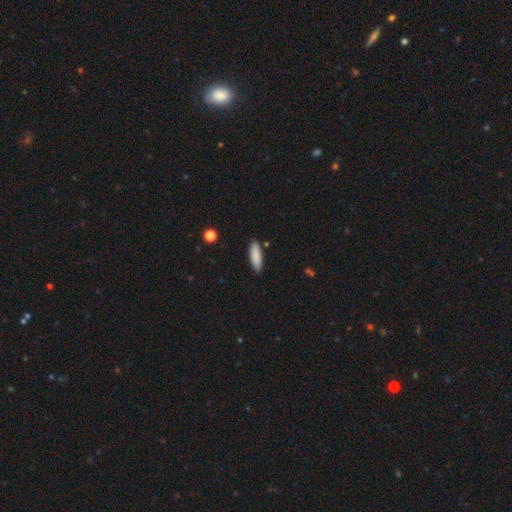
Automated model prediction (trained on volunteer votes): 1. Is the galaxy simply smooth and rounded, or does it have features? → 87% smooth, 7% featured or disk, 6% star or artifact.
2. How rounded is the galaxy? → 56% cigar-shaped, 42% in between, 2% round.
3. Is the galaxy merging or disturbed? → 88% none, 9% minor disturbance, 2% merger, 2% major disturbance.